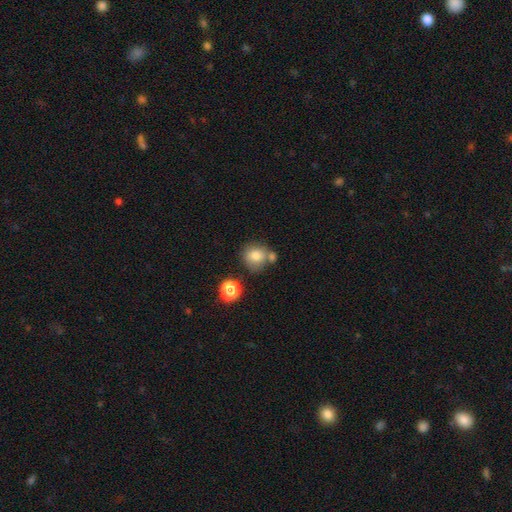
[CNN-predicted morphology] Smooth or featured? Predicted: smooth (p=0.79). How rounded? Predicted: round (p=0.83). Merging? Predicted: none (p=0.59).